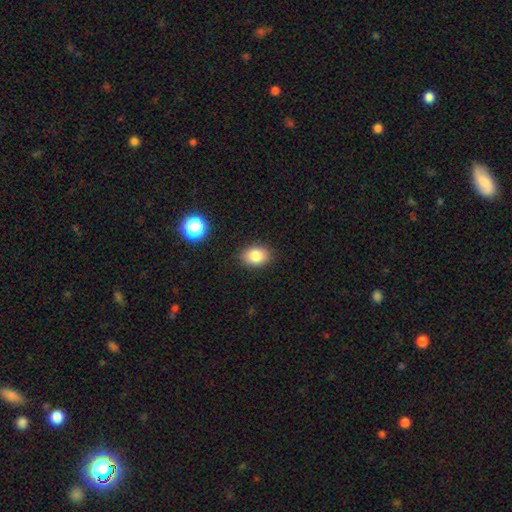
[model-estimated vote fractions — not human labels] smooth 83%, star or artifact 10%, featured or disk 7%. Down the decision tree: how rounded — in between (70%); merging — none (87%).